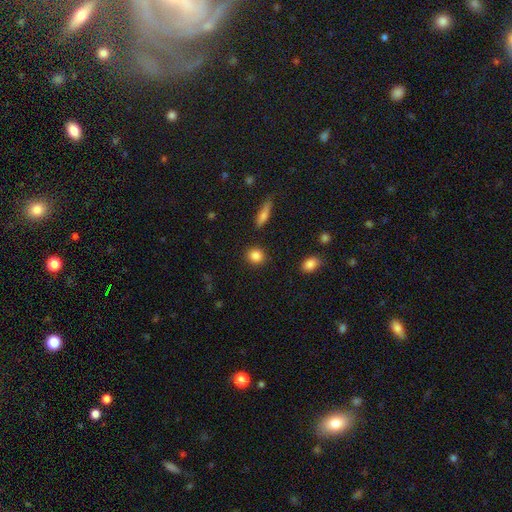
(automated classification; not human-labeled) A smooth galaxy with no disk features (86%) that is round (80%).

Vote fractions:
- Smooth or featured? smooth: 86% / star or artifact: 9% / featured or disk: 5%
- How rounded? round: 80% / in between: 18% / cigar-shaped: 2%
- Merging? none: 89% / minor disturbance: 7% / major disturbance: 2% / merger: 2%